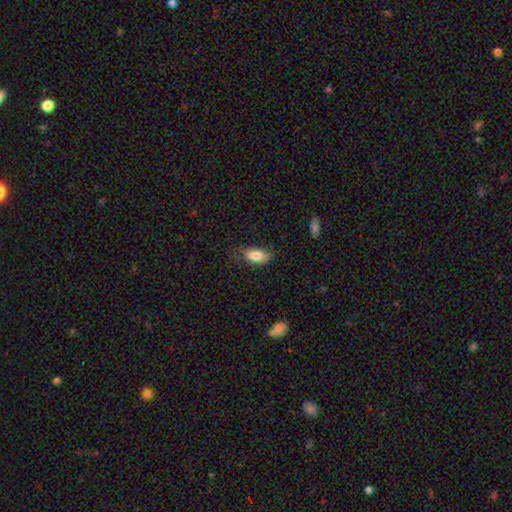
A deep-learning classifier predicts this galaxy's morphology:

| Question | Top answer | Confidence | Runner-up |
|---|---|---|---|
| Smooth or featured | smooth | 84% | featured or disk (9%) |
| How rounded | in between | 90% | cigar-shaped (7%) |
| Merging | none | 67% | minor disturbance (24%) |